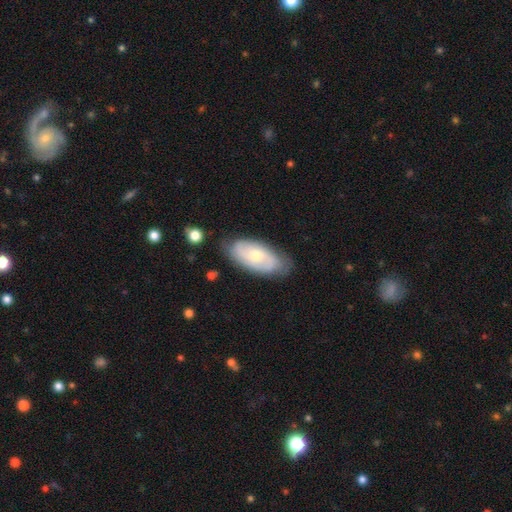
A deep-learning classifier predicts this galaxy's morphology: smooth-or-featured: featured or disk: 59% | smooth: 35% | star or artifact: 6%
  disk-edge-on: no: 90% | yes: 10%
    bar: no: 66% | weak: 28% | strong: 6%
    has-spiral-arms: yes: 76% | no: 24%
    bulge-size: moderate: 58% | small: 37% | large: 3% | none: 1% | dominant: 1%
  merging: none: 76% | minor disturbance: 18% | major disturbance: 4% | merger: 2%